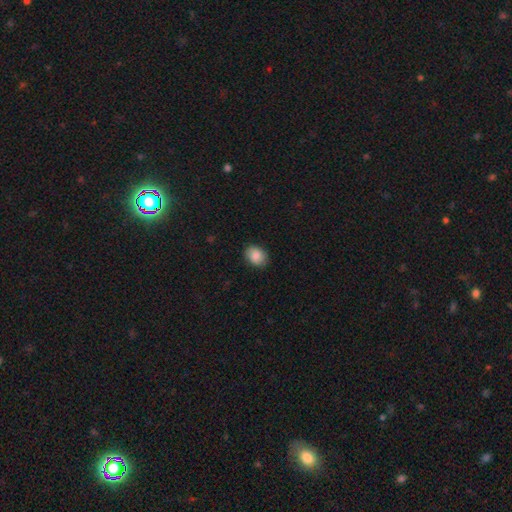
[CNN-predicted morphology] Smooth or featured: smooth — 86% (star or artifact — 7%)
How rounded: in between — 61% (round — 38%)
Merging: none — 86% (minor disturbance — 11%)